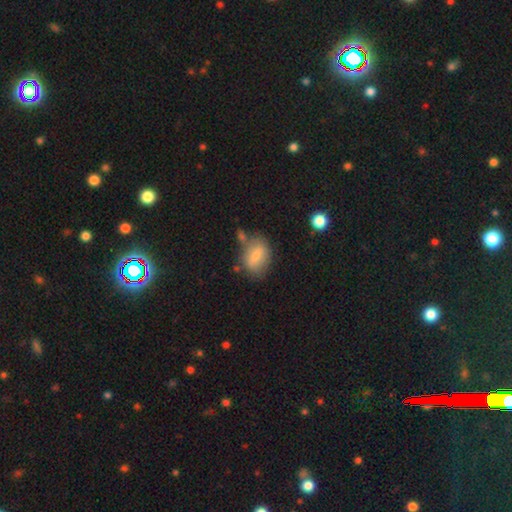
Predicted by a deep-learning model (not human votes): smooth 67%, featured or disk 25%, star or artifact 8%. Down the decision tree: how rounded — in between (74%); merging — none (57%).